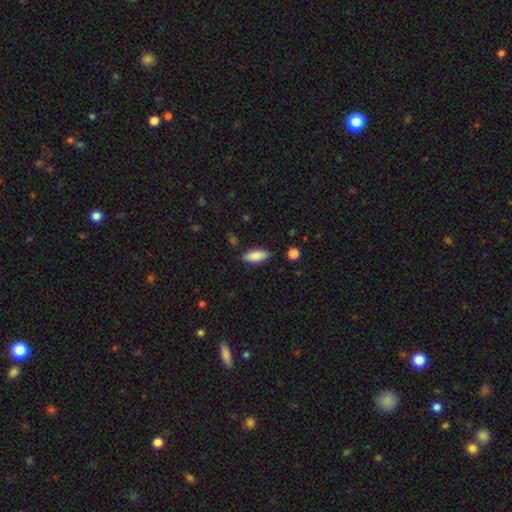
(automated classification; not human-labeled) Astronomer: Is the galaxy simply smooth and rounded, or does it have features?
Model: smooth — 86%.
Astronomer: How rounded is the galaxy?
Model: in between — 82%.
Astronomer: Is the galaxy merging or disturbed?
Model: none — 82%.